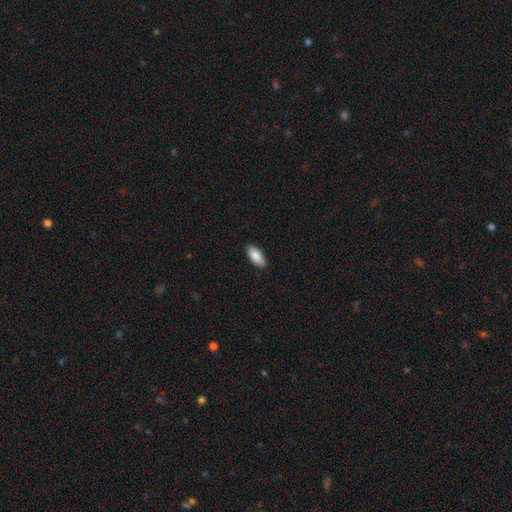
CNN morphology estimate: The model was most divided on "how rounded": in between: 89%, cigar-shaped: 10%, round: 2%. More confident: merging — none (89%); smooth or featured — smooth (88%).